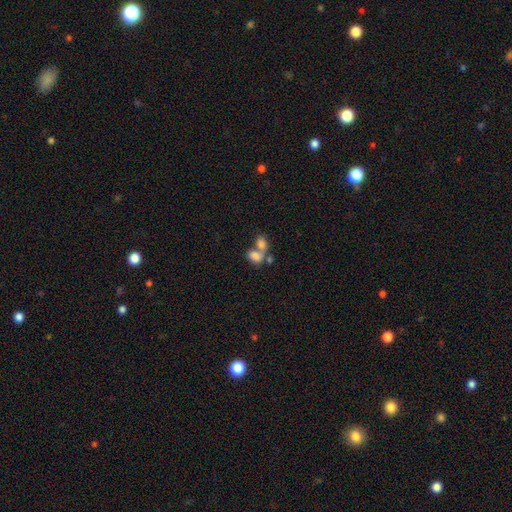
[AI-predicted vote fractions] Q: Smooth or featured?
A: smooth (77%); runner-up: featured or disk (13%)
Q: How rounded?
A: in between (81%); runner-up: round (17%)
Q: Merging?
A: merger (65%); runner-up: none (23%)